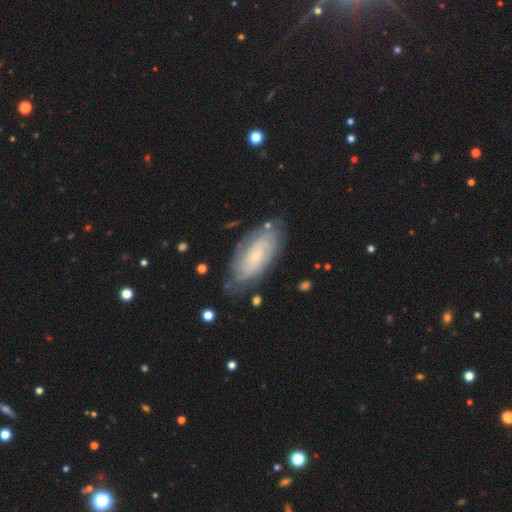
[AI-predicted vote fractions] Smooth or featured?
  - featured or disk: 69% *
  - smooth: 25%
  - star or artifact: 7%
Edge-on disk?
  - no: 92% *
  - yes: 8%
Bar?
  - no: 74% *
  - weak: 21%
  - strong: 5%
Spiral arms?
  - yes: 87% *
  - no: 13%
Spiral winding?
  - tight: 72% *
  - medium: 22%
  - loose: 7%
Spiral arm count?
  - can't tell: 57% *
  - 2: 20%
  - 3: 8%
  - 4: 7%
  - more than 4: 4%
  - 1: 4%
Bulge size?
  - small: 82% *
  - moderate: 12%
  - none: 3%
  - large: 1%
  - dominant: 1%
Merging?
  - none: 74% *
  - minor disturbance: 18%
  - major disturbance: 6%
  - merger: 2%